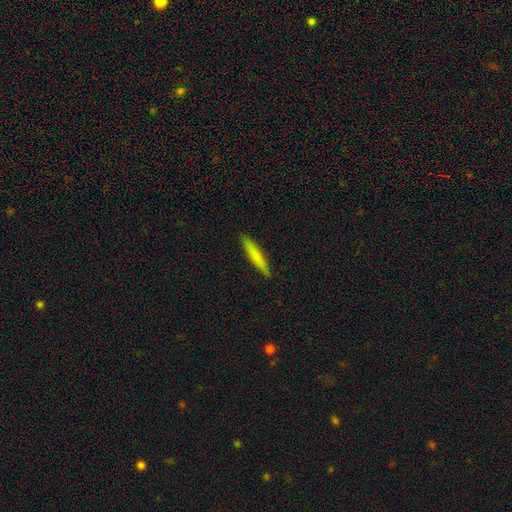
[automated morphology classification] The model was most divided on "smooth or featured": smooth: 74%, featured or disk: 20%, star or artifact: 6%. More confident: how rounded — cigar-shaped (93%); merging — none (90%).